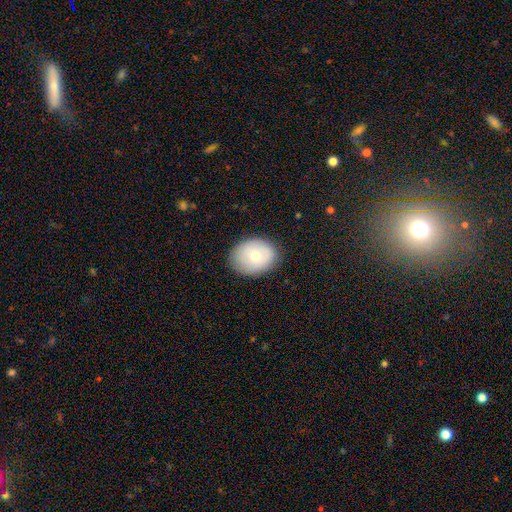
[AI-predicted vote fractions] A smooth galaxy with no disk features (68%) that is in between round and cigar-shaped (54%). Merging: none (82%).